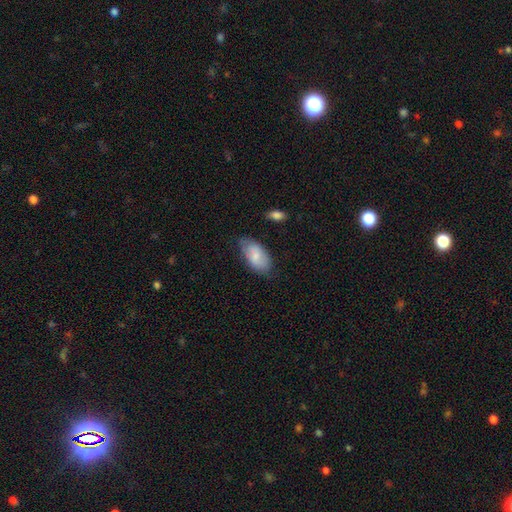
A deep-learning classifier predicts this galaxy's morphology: smooth 77%, featured or disk 17%, star or artifact 6%. Down the decision tree: how rounded — in between (94%); merging — none (68%).